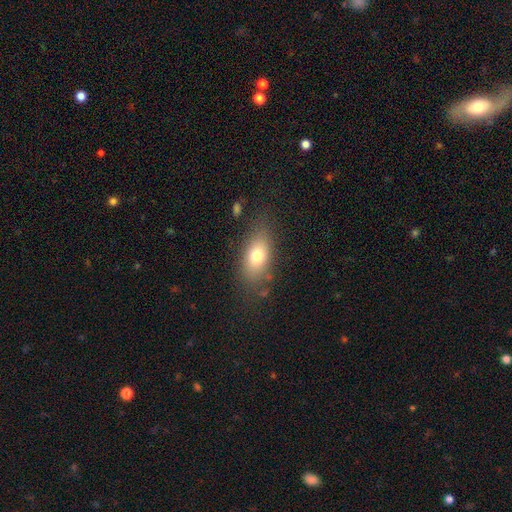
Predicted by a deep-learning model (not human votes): A smooth galaxy with no disk features (72%) that is in between round and cigar-shaped (81%).

Vote fractions:
- Smooth or featured? smooth: 72% / featured or disk: 17% / star or artifact: 11%
- How rounded? in between: 81% / round: 11% / cigar-shaped: 8%
- Merging? none: 76% / minor disturbance: 16% / major disturbance: 6% / merger: 2%